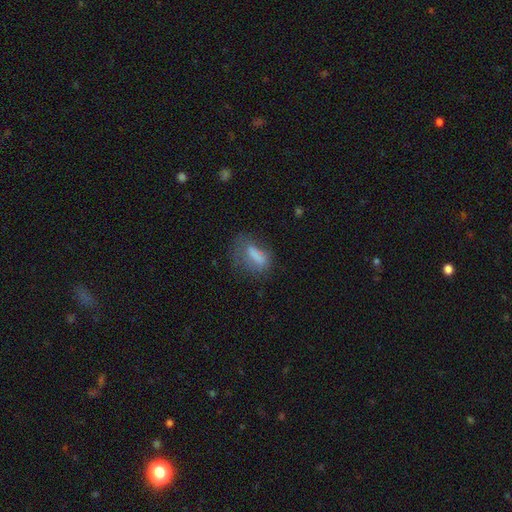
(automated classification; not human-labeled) Smooth or featured? Predicted: smooth (p=0.70). How rounded? Predicted: in between (p=0.64). Merging? Predicted: none (p=0.39).